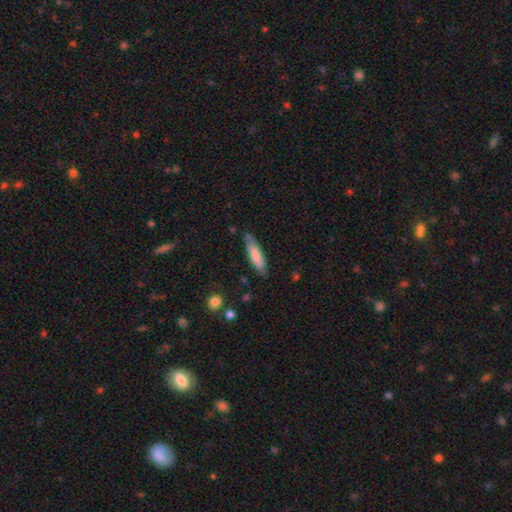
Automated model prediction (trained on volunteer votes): smooth 78%, featured or disk 17%, star or artifact 5%. Down the decision tree: how rounded — cigar-shaped (72%); merging — none (79%).